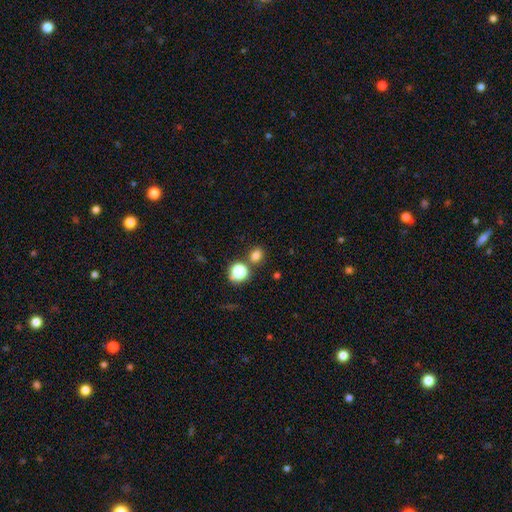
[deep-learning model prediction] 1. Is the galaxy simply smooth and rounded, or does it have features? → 76% smooth, 19% star or artifact, 5% featured or disk.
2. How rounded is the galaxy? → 64% round, 35% in between, 1% cigar-shaped.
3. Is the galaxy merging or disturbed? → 74% none, 14% merger, 9% minor disturbance, 3% major disturbance.